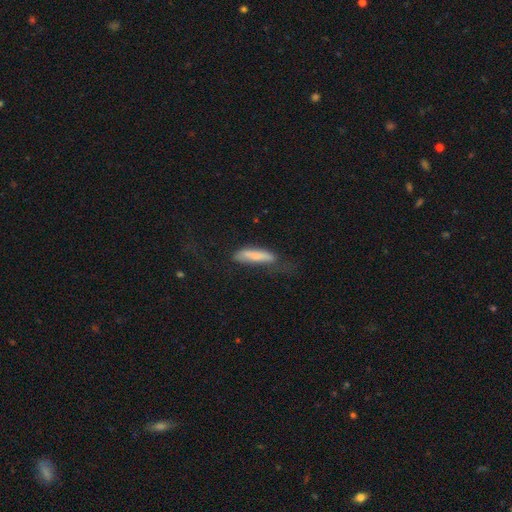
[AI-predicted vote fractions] smooth 75%, featured or disk 18%, star or artifact 7%. Down the decision tree: how rounded — cigar-shaped (80%); merging — none (44%).